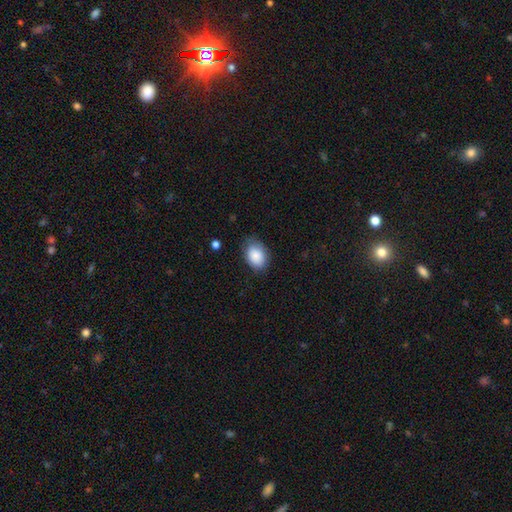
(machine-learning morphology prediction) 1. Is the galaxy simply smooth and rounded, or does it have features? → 88% smooth, 7% star or artifact, 5% featured or disk.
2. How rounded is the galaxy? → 82% in between, 17% round, 1% cigar-shaped.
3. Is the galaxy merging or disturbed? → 75% none, 20% minor disturbance, 4% major disturbance, 1% merger.